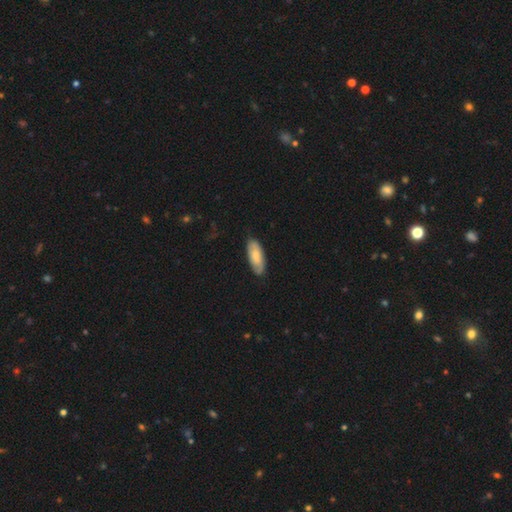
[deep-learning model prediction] smooth 73%, featured or disk 21%, star or artifact 5%. Down the decision tree: how rounded — in between (81%); merging — none (81%).